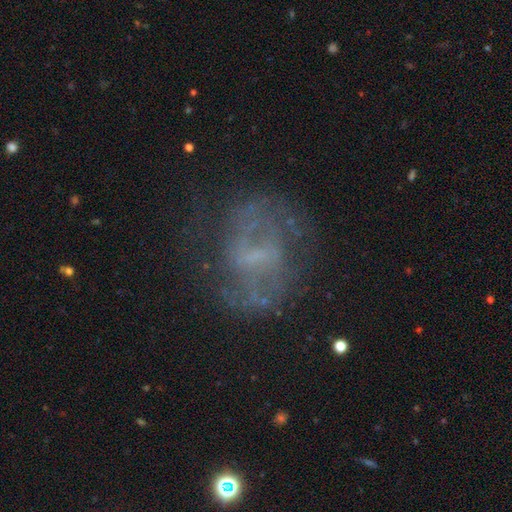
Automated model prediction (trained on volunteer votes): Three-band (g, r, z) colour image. It shows a featured or disk galaxy (71%) with a weak bar (48%), spiral arms (72%) and no central bulge (44%). Merging: none (63%).